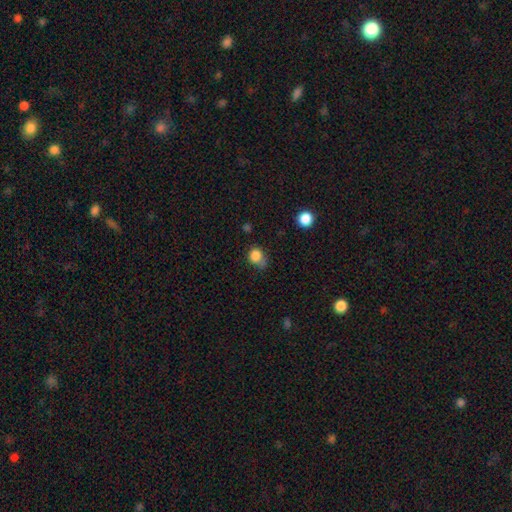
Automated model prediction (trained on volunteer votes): A smooth galaxy with no disk features (83%) that is round (70%). Merging: none (48%).